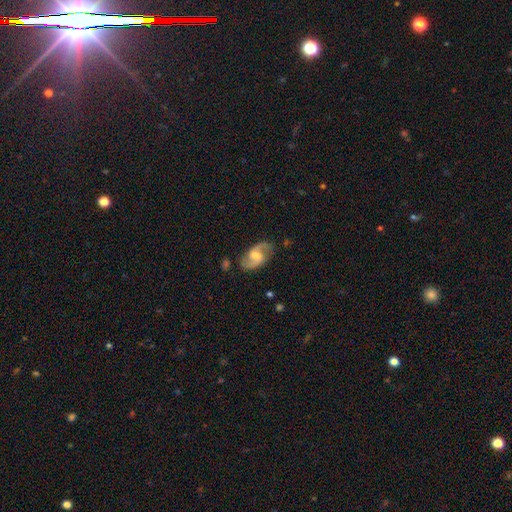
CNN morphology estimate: This appears to be a featured or disk galaxy (83%) with a weak bar (54%), 2 (92%) medium (46%) spiral arms (95%) and a moderate central bulge (50%). Merging: none (80%).